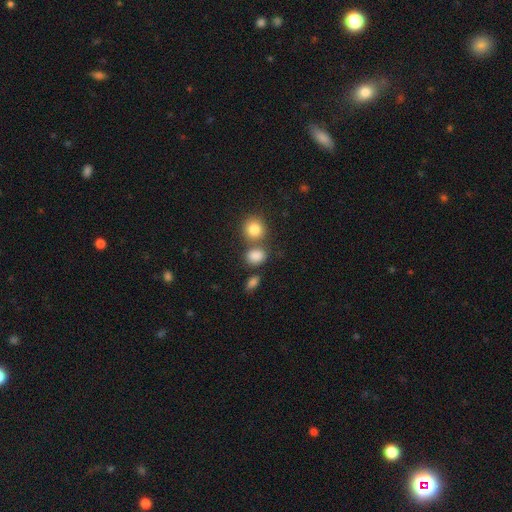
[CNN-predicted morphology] This is clearly a smooth galaxy (84%). How rounded: possibly in between (50%). Merging: possibly none (57%).